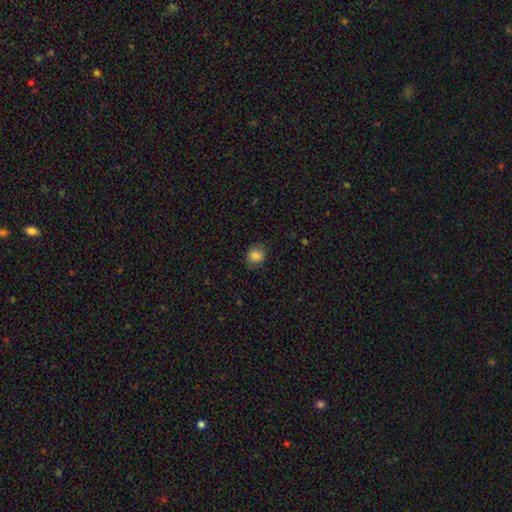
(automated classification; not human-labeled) Smooth or featured?
  - smooth: 83% *
  - star or artifact: 10%
  - featured or disk: 7%
How rounded?
  - round: 70% *
  - in between: 29%
  - cigar-shaped: 1%
Merging?
  - none: 81% *
  - minor disturbance: 14%
  - major disturbance: 4%
  - merger: 1%